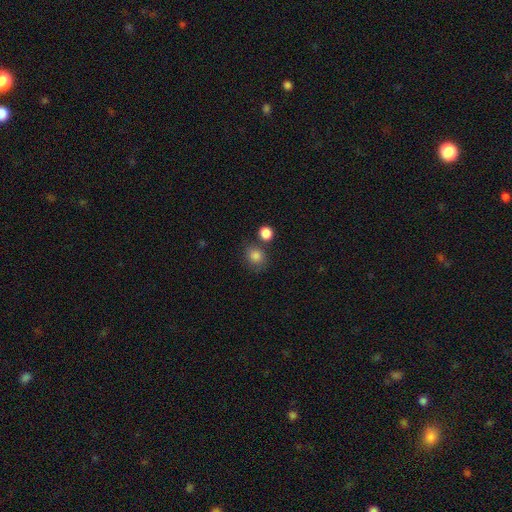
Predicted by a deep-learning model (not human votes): A smooth galaxy with no disk features (84%) that is round (75%).

Vote fractions:
- Smooth or featured? smooth: 84% / star or artifact: 10% / featured or disk: 6%
- How rounded? round: 75% / in between: 24% / cigar-shaped: 1%
- Merging? none: 68% / minor disturbance: 14% / merger: 13% / major disturbance: 5%